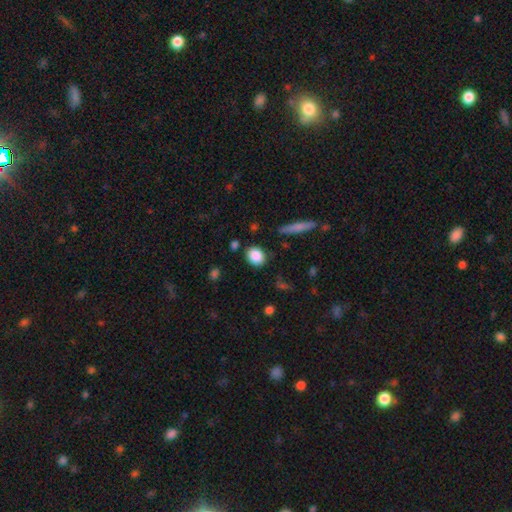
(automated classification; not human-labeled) Q: Smooth or featured?
A: smooth (87%); runner-up: star or artifact (8%)
Q: How rounded?
A: round (55%); runner-up: in between (43%)
Q: Merging?
A: none (83%); runner-up: minor disturbance (11%)